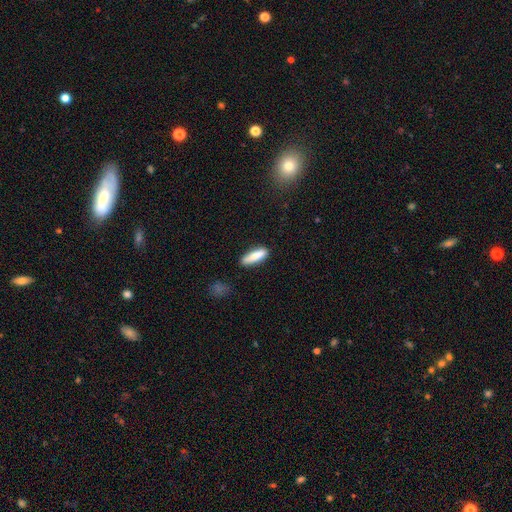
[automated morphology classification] A smooth galaxy with no disk features (83%) that is cigar-shaped (61%). Merging: none (82%).